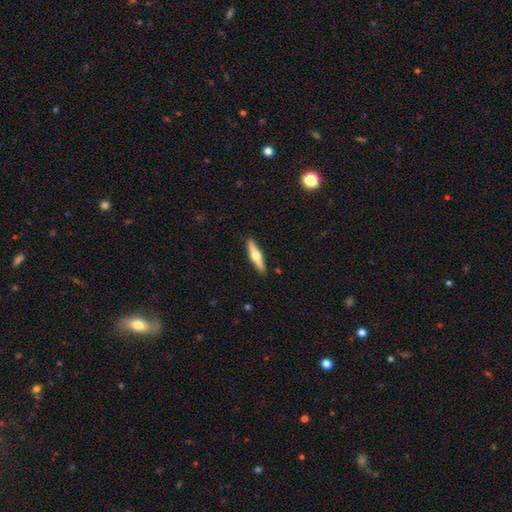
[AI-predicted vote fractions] The model was most divided on "smooth or featured": featured or disk: 55%, smooth: 40%, star or artifact: 5%. More confident: edge-on disk — yes (95%); edge-on bulge — rounded (94%); merging — none (90%).